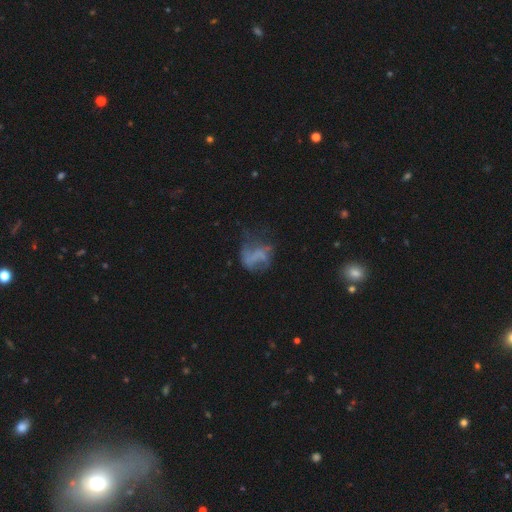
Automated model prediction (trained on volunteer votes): featured or disk 48%, smooth 36%, star or artifact 16%. Down the decision tree: merging — major disturbance (38%).